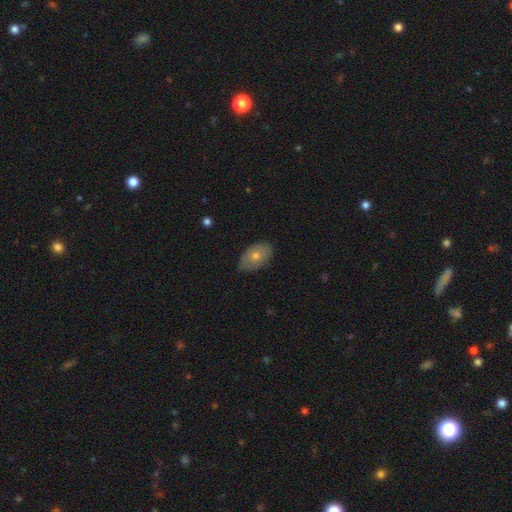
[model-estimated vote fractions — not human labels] A smooth galaxy with no disk features (63%) that is in between round and cigar-shaped (89%). Merging: none (78%).